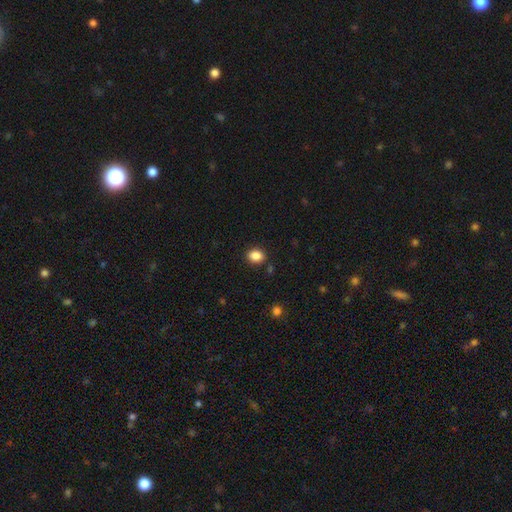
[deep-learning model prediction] Smooth or featured? Predicted: smooth (p=0.87). How rounded? Predicted: in between (p=0.59). Merging? Predicted: none (p=0.87).